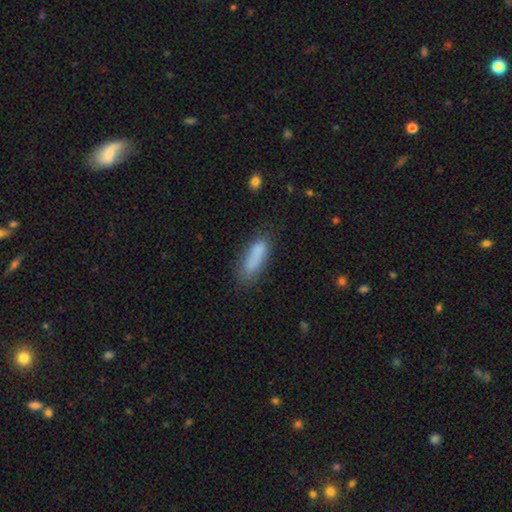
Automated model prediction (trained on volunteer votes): Smooth or featured: smooth — 82% (featured or disk — 10%)
How rounded: cigar-shaped — 50% (in between — 48%)
Merging: none — 65% (minor disturbance — 22%)